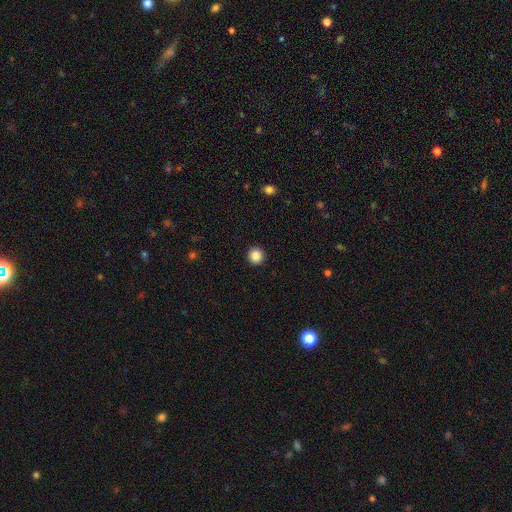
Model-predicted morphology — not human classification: Smooth or featured? smooth (87%)
How rounded? round (95%)
Merging? none (93%)